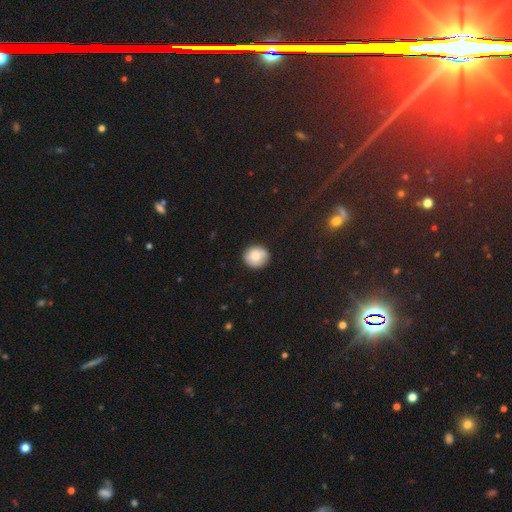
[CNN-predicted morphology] Smooth or featured: smooth — 76% (featured or disk — 15%)
How rounded: round — 83% (in between — 16%)
Merging: none — 86% (minor disturbance — 11%)